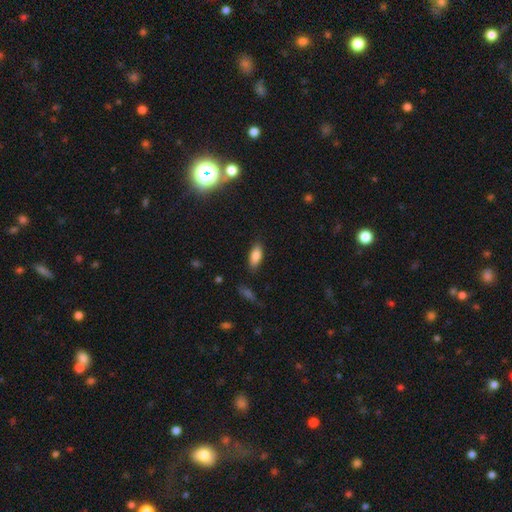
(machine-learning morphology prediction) A smooth galaxy with no disk features (83%) that is in between round and cigar-shaped (84%). Merging: none (83%).